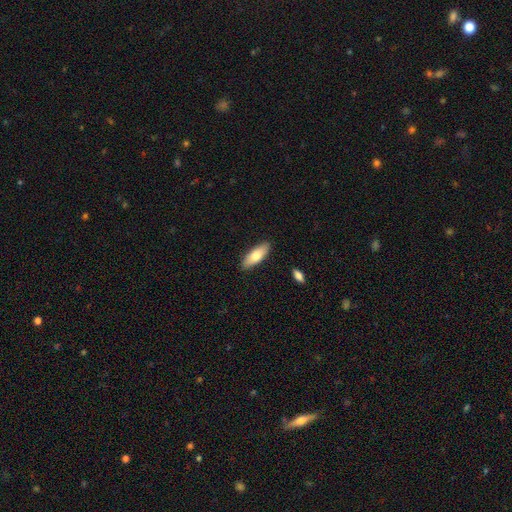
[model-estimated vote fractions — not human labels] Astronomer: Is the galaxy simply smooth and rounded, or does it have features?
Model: smooth — 72%.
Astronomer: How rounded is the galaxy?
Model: in between — 69%.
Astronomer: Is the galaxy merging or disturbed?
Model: none — 88%.